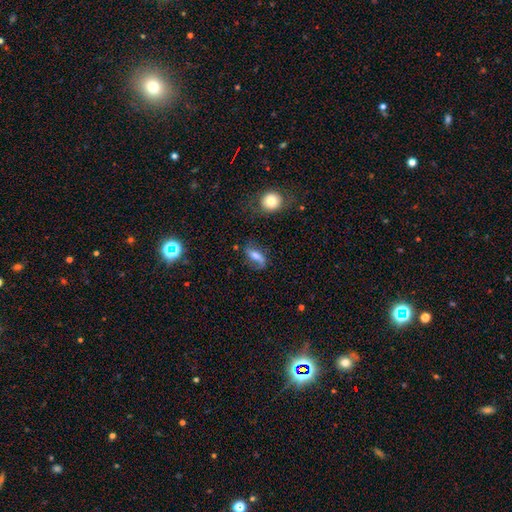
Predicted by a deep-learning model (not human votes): featured or disk 49%, smooth 41%, star or artifact 10%. Down the decision tree: merging — none (59%).